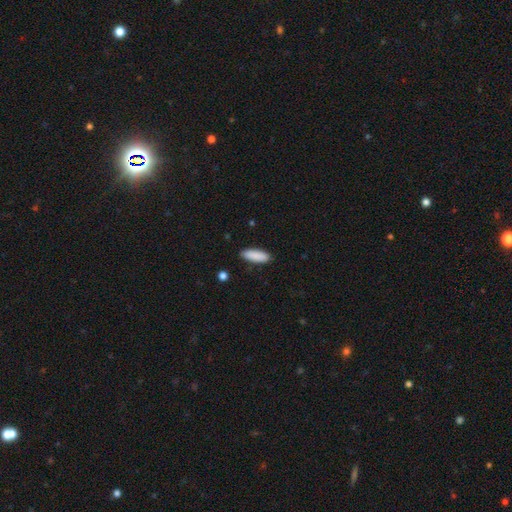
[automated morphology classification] A smooth galaxy with no disk features (89%) that is in between round and cigar-shaped (60%).

Vote fractions:
- Smooth or featured? smooth: 89% / star or artifact: 6% / featured or disk: 5%
- How rounded? in between: 60% / cigar-shaped: 38% / round: 2%
- Merging? none: 87% / minor disturbance: 10% / major disturbance: 2% / merger: 1%